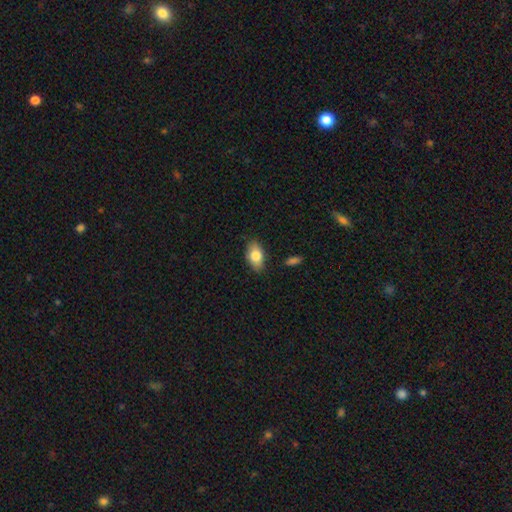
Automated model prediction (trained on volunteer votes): Overall: smooth (80%). How rounded: in between (90%). Merging: none (83%).